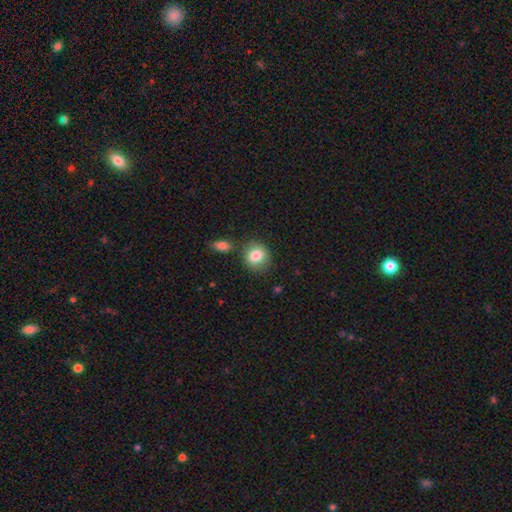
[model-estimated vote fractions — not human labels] A smooth galaxy with no disk features (83%) that is round (75%). Merging: none (73%).